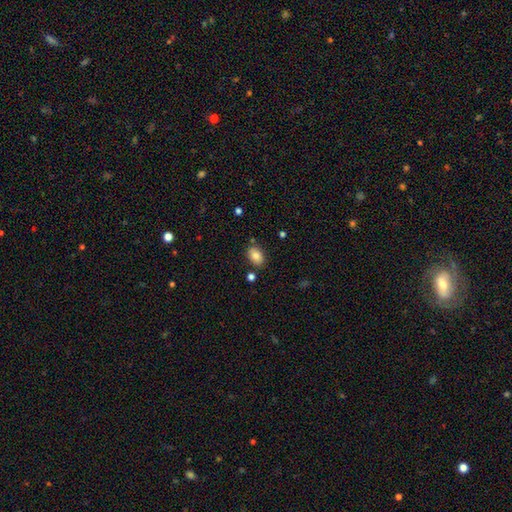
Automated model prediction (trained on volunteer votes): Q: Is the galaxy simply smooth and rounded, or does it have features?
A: smooth — 80%.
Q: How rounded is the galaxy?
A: in between — 81%.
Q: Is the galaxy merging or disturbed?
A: none — 80%.